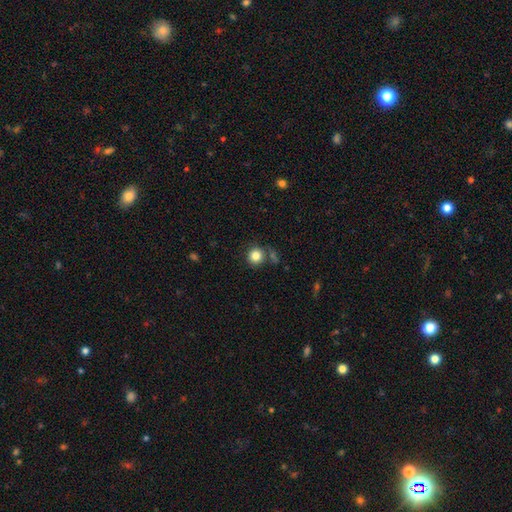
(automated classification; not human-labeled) smooth 83%, star or artifact 11%, featured or disk 6%. Down the decision tree: how rounded — round (90%); merging — none (78%).